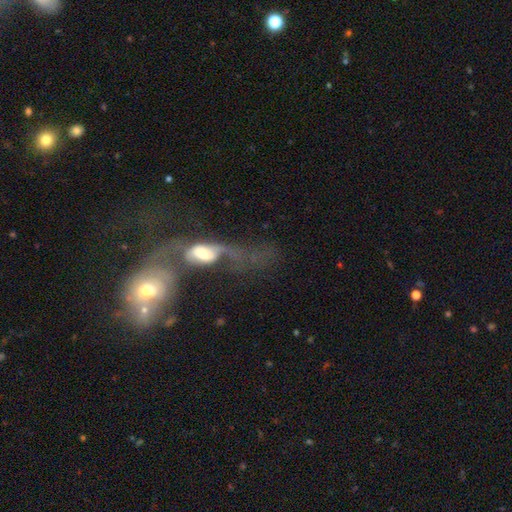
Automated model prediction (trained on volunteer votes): Q: Smooth or featured?
A: featured or disk (56%); runner-up: smooth (29%)
Q: Edge-on disk?
A: no (74%); runner-up: yes (26%)
Q: Merging?
A: merger (72%); runner-up: major disturbance (11%)